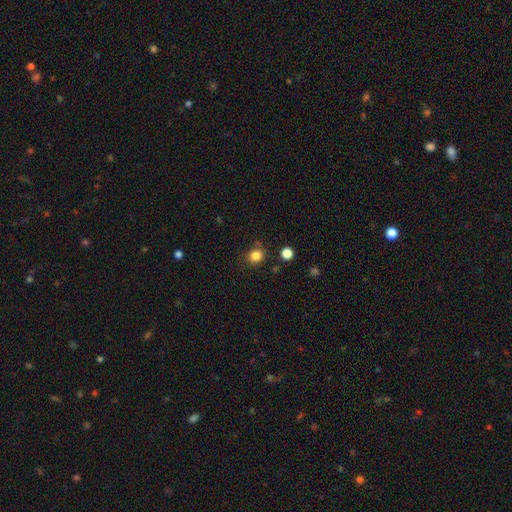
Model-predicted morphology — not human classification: Smooth or featured? smooth (83%)
How rounded? round (83%)
Merging? none (81%)